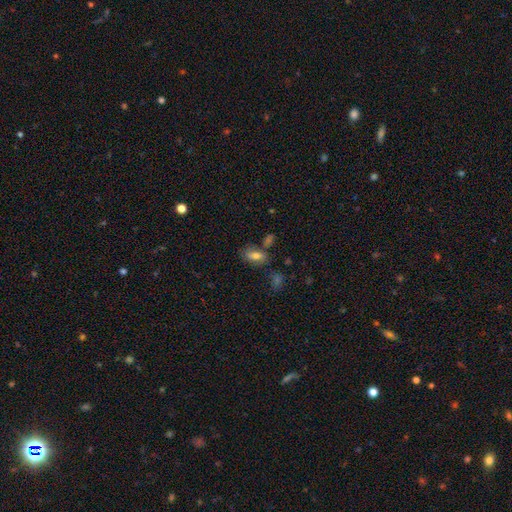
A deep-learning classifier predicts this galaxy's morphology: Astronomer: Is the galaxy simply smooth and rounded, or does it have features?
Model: smooth — 75%.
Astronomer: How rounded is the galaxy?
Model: in between — 84%.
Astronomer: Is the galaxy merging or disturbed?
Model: none — 65%.